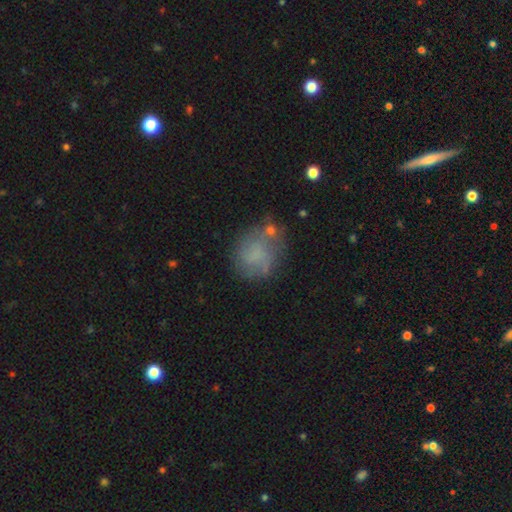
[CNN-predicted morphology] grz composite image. It shows a smooth galaxy with no disk features (57%) that is round (65%). Merging: none (53%).